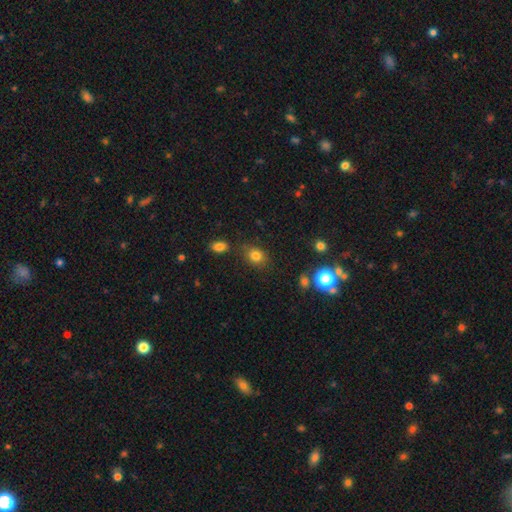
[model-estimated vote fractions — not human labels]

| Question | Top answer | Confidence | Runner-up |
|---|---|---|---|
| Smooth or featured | smooth | 81% | star or artifact (13%) |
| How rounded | round | 54% | in between (45%) |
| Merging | none | 79% | minor disturbance (13%) |